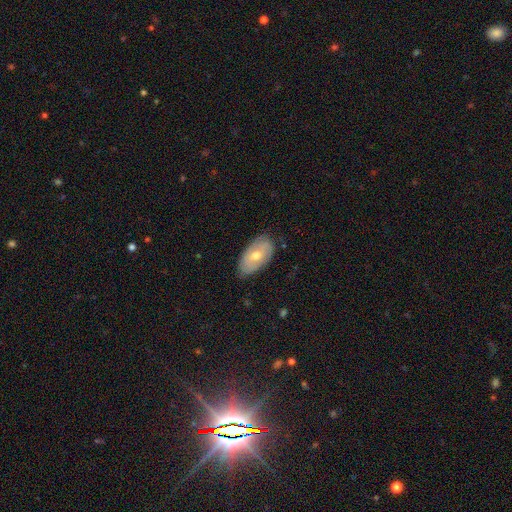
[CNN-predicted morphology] A smooth galaxy with no disk features (49%). Merging: none (78%).